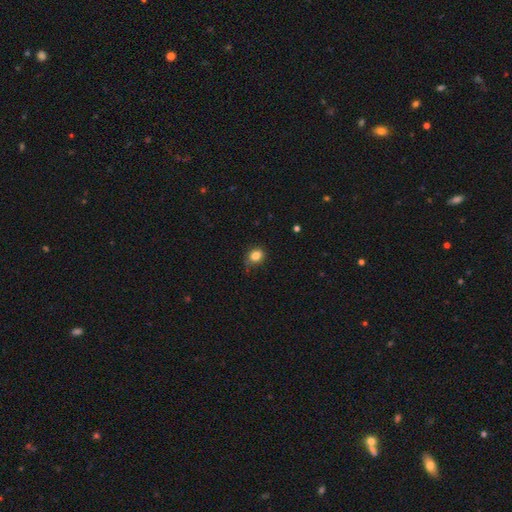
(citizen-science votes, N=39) Smooth or featured: smooth — 90% (featured or disk — 5%)
How rounded: round — 77% (in between — 23%)
Merging: none — 78% (minor disturbance — 14%)